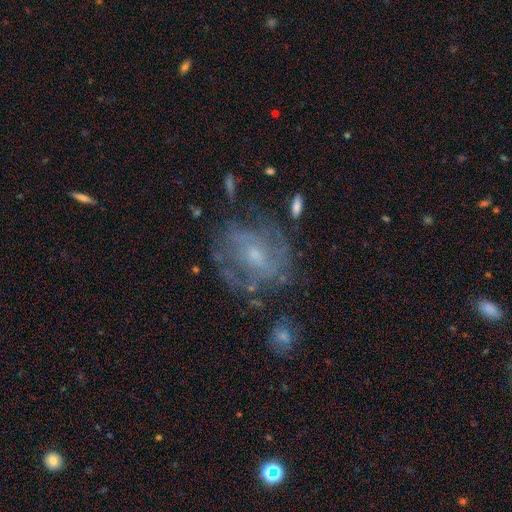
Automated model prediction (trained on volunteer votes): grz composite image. It shows a featured or disk galaxy (71%) with no bar (53%), spiral arms (68%) and a small central bulge (55%). Merging: none (63%).